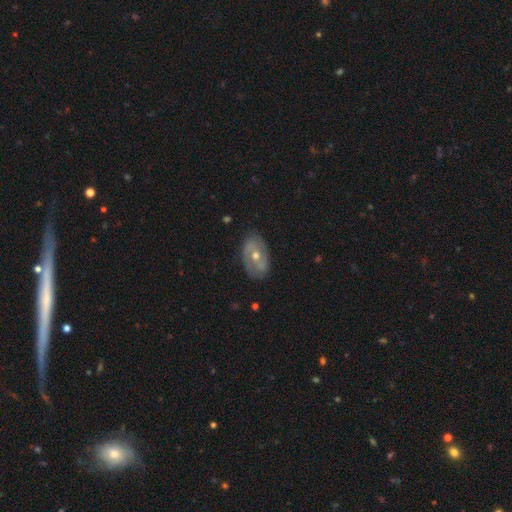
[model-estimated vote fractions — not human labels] featured or disk 71%, smooth 22%, star or artifact 7%. Down the decision tree: edge-on disk — no (93%); bar — no (53%); spiral arms — yes (66%); bulge size — moderate (69%); merging — none (81%).